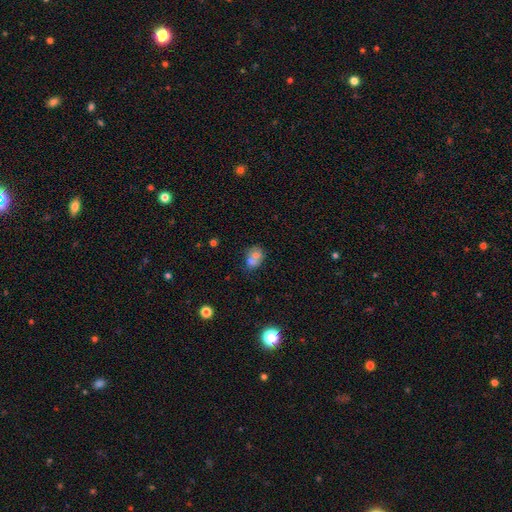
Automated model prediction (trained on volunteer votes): Smooth or featured?
  - smooth: 66% *
  - featured or disk: 22%
  - star or artifact: 12%
How rounded?
  - round: 50% *
  - in between: 49%
  - cigar-shaped: 1%
Merging?
  - merger: 47% *
  - none: 35%
  - minor disturbance: 13%
  - major disturbance: 6%